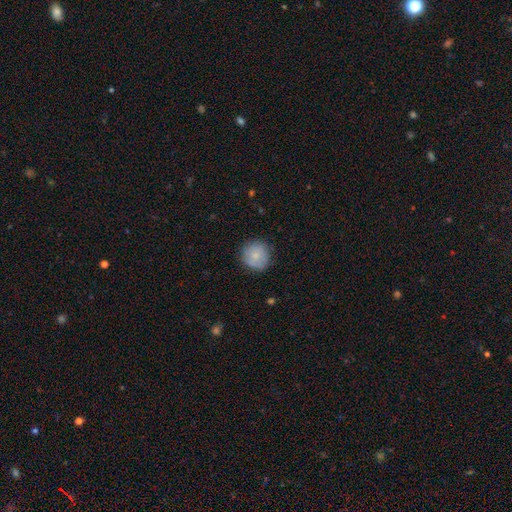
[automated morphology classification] A smooth galaxy with no disk features (79%) that is round (93%).

Vote fractions:
- Smooth or featured? smooth: 79% / featured or disk: 14% / star or artifact: 7%
- How rounded? round: 93% / in between: 6% / cigar-shaped: 1%
- Merging? none: 83% / minor disturbance: 13% / major disturbance: 3% / merger: 1%